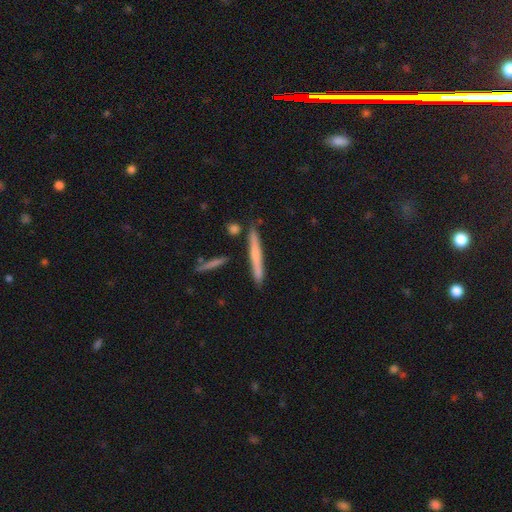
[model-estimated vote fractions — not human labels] Smooth or featured? smooth (57%)
How rounded? cigar-shaped (96%)
Merging? none (84%)